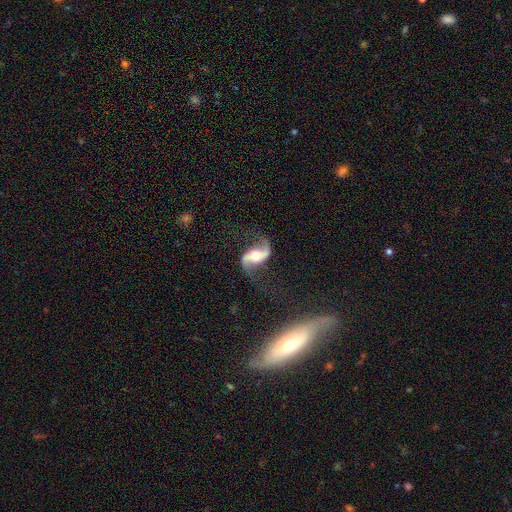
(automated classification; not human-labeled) Morphology: type=featured or disk (89%); edge-on=no (96%); bar=no (37%); spiral arms=yes (96%); winding=loose (79%); arm count=2 (94%); bulge=moderate (69%); merging=none (77%).